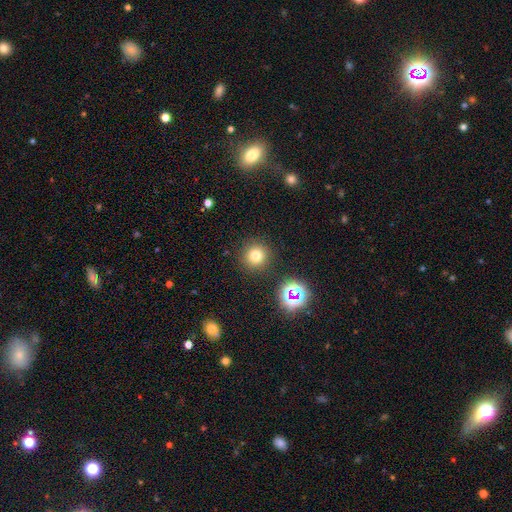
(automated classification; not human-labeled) Q: Smooth or featured?
A: smooth (72%); runner-up: star or artifact (19%)
Q: How rounded?
A: round (95%); runner-up: in between (4%)
Q: Merging?
A: none (88%); runner-up: minor disturbance (6%)